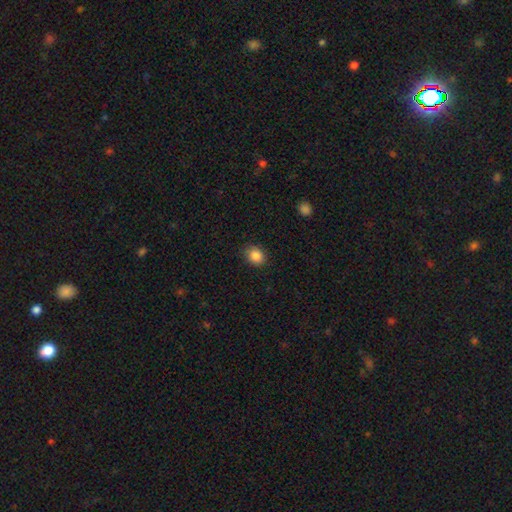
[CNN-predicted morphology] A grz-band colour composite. It shows a smooth galaxy with no disk features (86%) that is round (55%). Merging: none (85%).